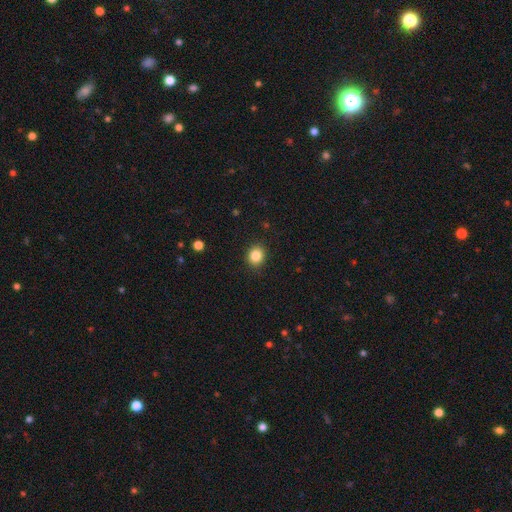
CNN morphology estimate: Q: Smooth or featured?
A: smooth (85%); runner-up: star or artifact (10%)
Q: How rounded?
A: round (73%); runner-up: in between (26%)
Q: Merging?
A: none (90%); runner-up: minor disturbance (7%)